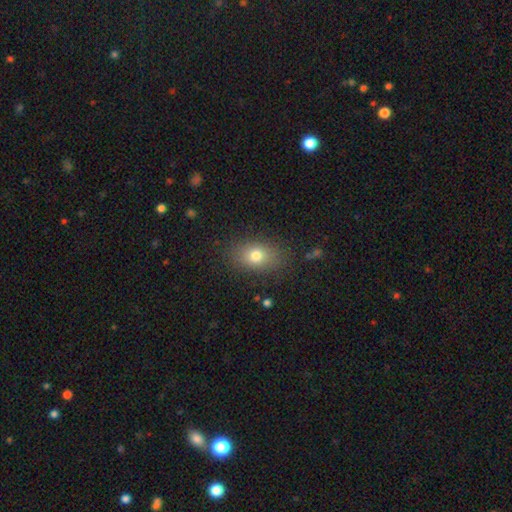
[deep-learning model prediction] Smooth or featured? smooth (77%)
How rounded? in between (78%)
Merging? none (84%)